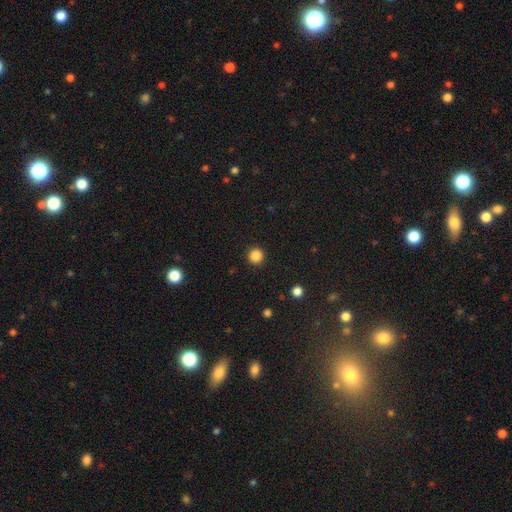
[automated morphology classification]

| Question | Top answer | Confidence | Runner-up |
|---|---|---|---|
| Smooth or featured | smooth | 85% | star or artifact (11%) |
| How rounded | round | 96% | in between (3%) |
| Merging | none | 93% | minor disturbance (4%) |